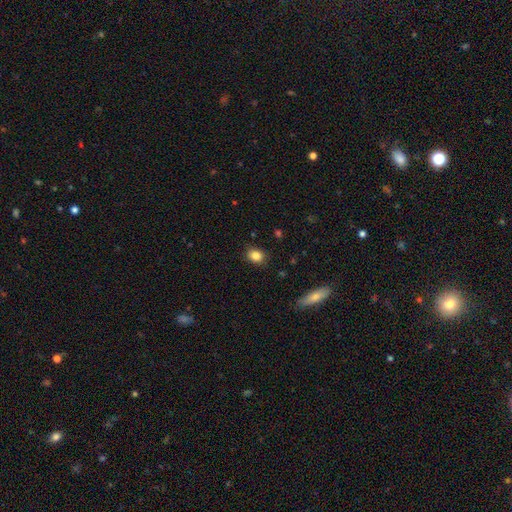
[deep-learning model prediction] A smooth galaxy with no disk features (85%) that is round (51%). Merging: none (86%).